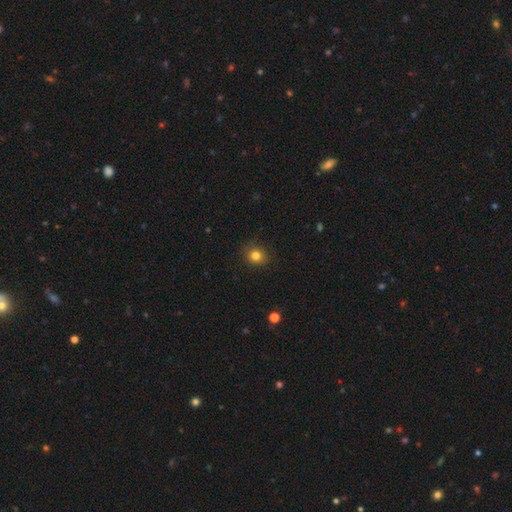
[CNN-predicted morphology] Smooth or featured?
  - smooth: 82% *
  - star or artifact: 13%
  - featured or disk: 5%
How rounded?
  - round: 83% *
  - in between: 16%
  - cigar-shaped: 1%
Merging?
  - none: 88% *
  - minor disturbance: 9%
  - major disturbance: 2%
  - merger: 1%